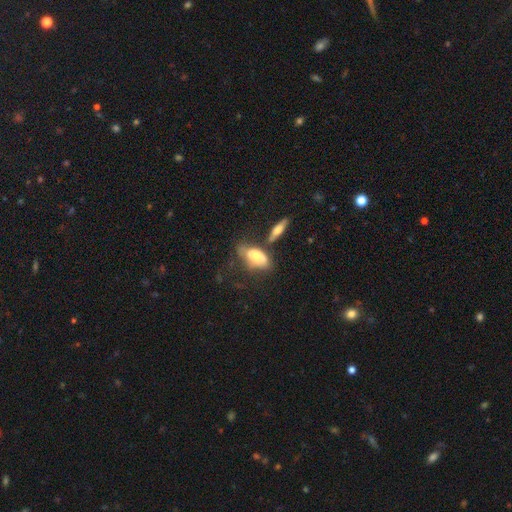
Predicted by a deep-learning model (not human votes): This is possibly a smooth galaxy (54%). How rounded: clearly in between (87%). Merging: marginally none (34%).